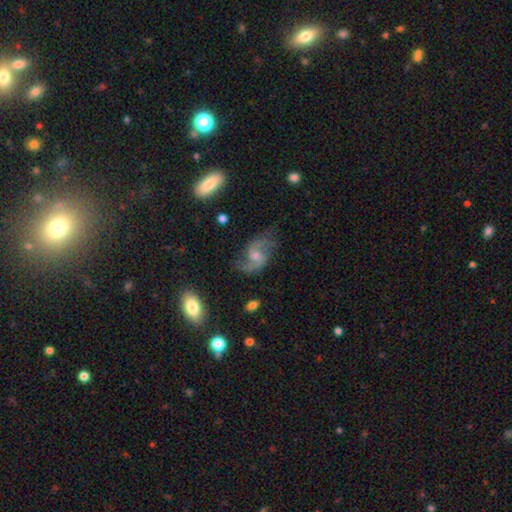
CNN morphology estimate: This appears to be a featured or disk galaxy (84%) with a weak bar (45%), 2 (91%) loose (54%) spiral arms (95%) and a moderate central bulge (46%). Merging: none (70%).